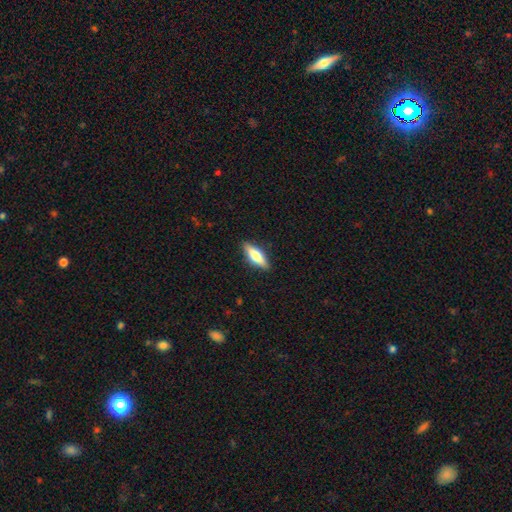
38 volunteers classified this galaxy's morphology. A featured or disk galaxy (61%) viewed edge-on (96%) with a rounded central bulge (95%). Merging: none (86%).